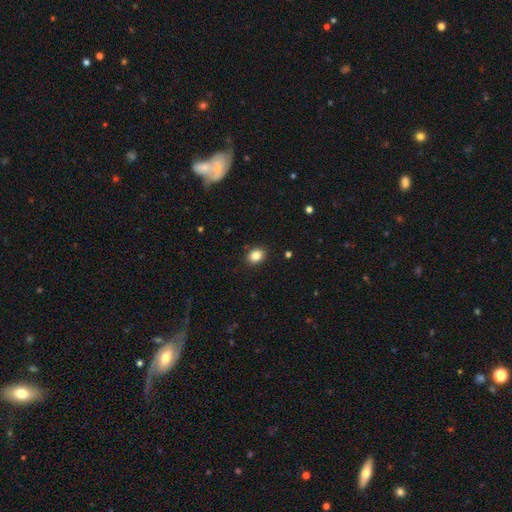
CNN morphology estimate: Q: Smooth or featured?
A: smooth (85%); runner-up: star or artifact (10%)
Q: How rounded?
A: in between (51%); runner-up: round (48%)
Q: Merging?
A: none (89%); runner-up: minor disturbance (8%)